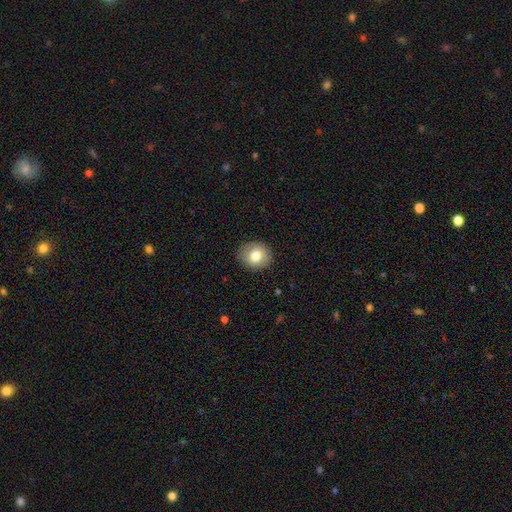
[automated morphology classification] Q: Smooth or featured?
A: smooth (79%); runner-up: featured or disk (12%)
Q: How rounded?
A: round (69%); runner-up: in between (30%)
Q: Merging?
A: none (88%); runner-up: minor disturbance (9%)